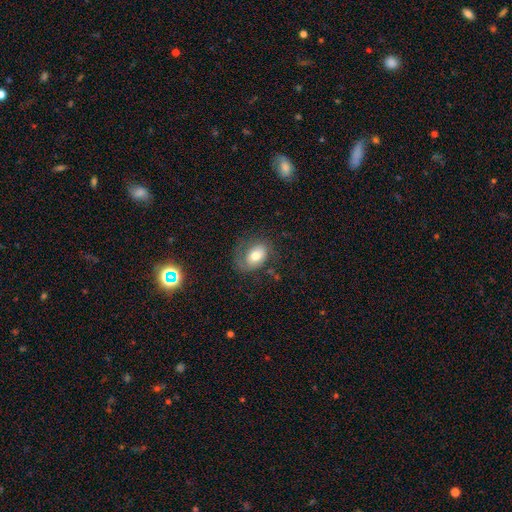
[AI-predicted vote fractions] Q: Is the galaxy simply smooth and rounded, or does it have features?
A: smooth — 64%.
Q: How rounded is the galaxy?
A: in between — 76%.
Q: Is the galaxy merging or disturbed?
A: none — 55%.